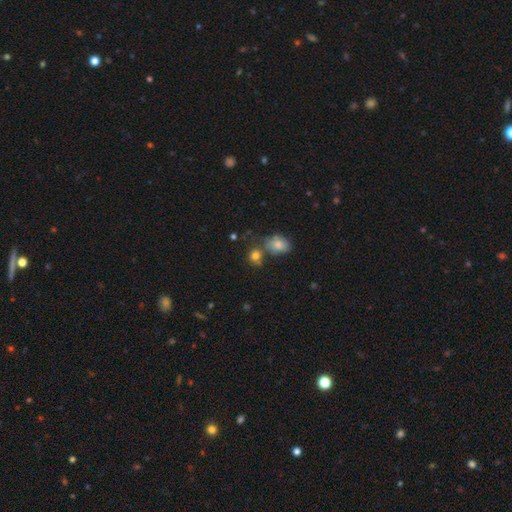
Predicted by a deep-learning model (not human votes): smooth-or-featured: smooth: 79% | star or artifact: 12% | featured or disk: 9%
  how-rounded: round: 72% | in between: 26% | cigar-shaped: 1%
  merging: none: 54% | merger: 28% | minor disturbance: 13% | major disturbance: 5%